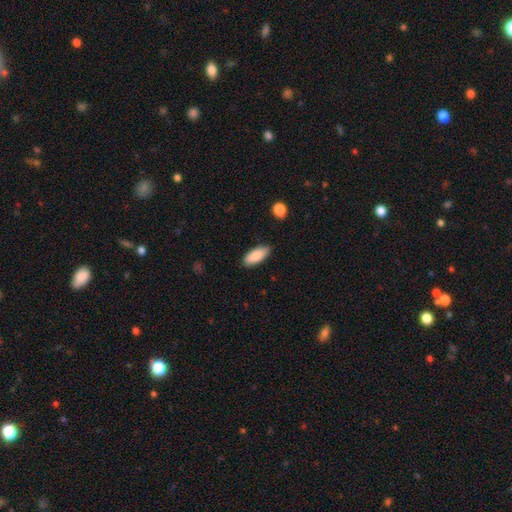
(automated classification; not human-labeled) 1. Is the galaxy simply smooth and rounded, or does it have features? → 88% smooth, 6% featured or disk, 6% star or artifact.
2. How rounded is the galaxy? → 85% in between, 14% cigar-shaped, 2% round.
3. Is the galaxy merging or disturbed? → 84% none, 13% minor disturbance, 2% major disturbance, 1% merger.